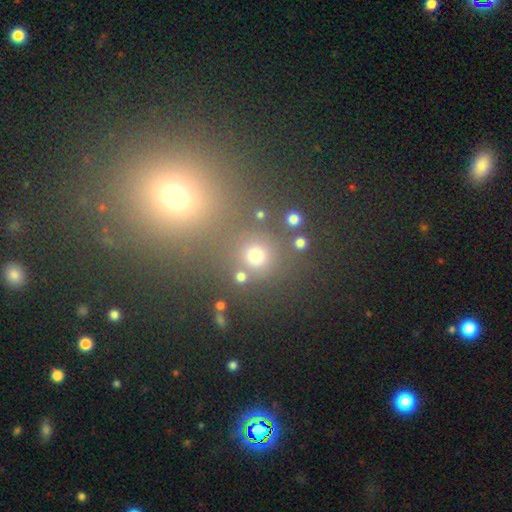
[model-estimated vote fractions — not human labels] The model was most divided on "smooth or featured": smooth: 67%, star or artifact: 25%, featured or disk: 8%. More confident: how rounded — round (89%); merging — none (70%).